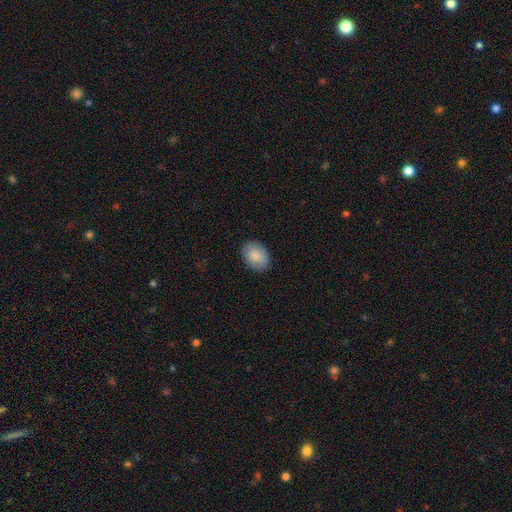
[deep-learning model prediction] Smooth or featured? smooth (85%)
How rounded? in between (74%)
Merging? none (85%)